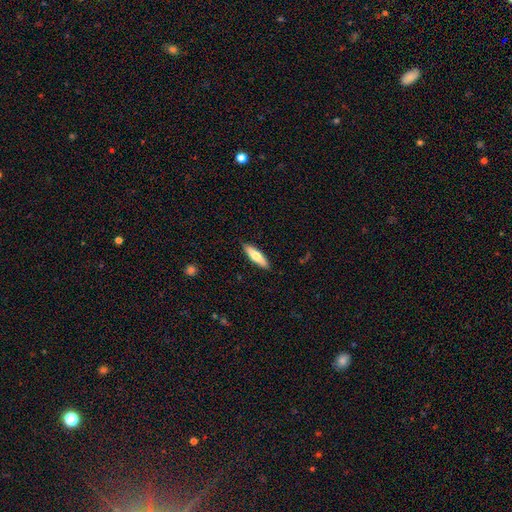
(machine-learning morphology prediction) A smooth galaxy with no disk features (67%) that is cigar-shaped (70%). Merging: none (89%).